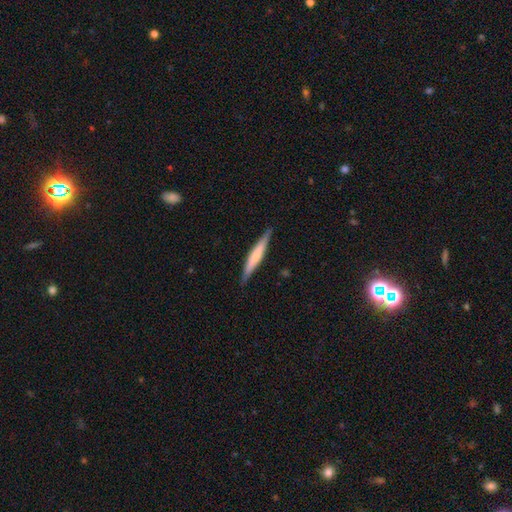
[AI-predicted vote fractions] A smooth galaxy with no disk features (56%) that is cigar-shaped (94%). Merging: none (88%).